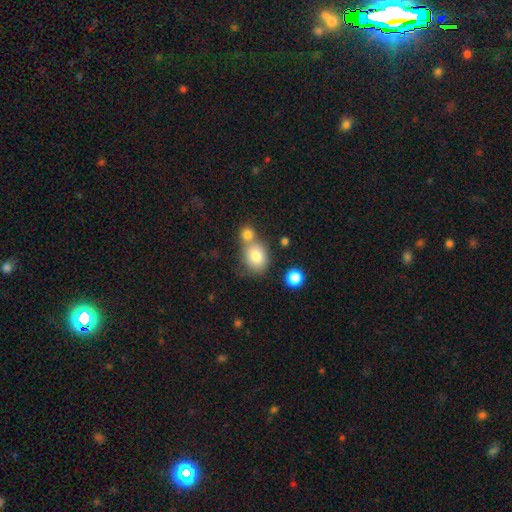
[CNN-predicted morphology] Smooth or featured: smooth — 79% (featured or disk — 11%)
How rounded: round — 51% (in between — 47%)
Merging: none — 44% (merger — 41%)